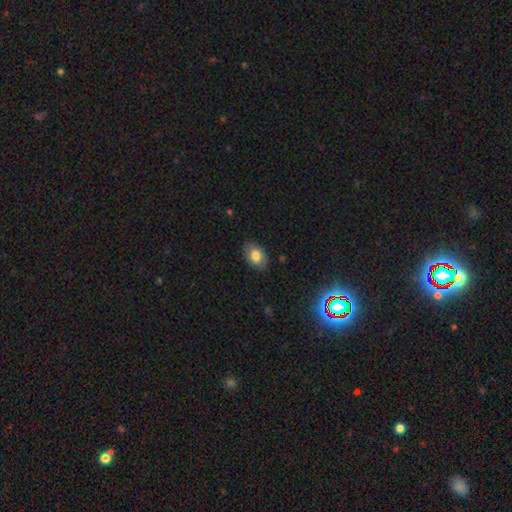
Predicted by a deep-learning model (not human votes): A smooth galaxy with no disk features (78%) that is in between round and cigar-shaped (85%). Merging: none (83%).